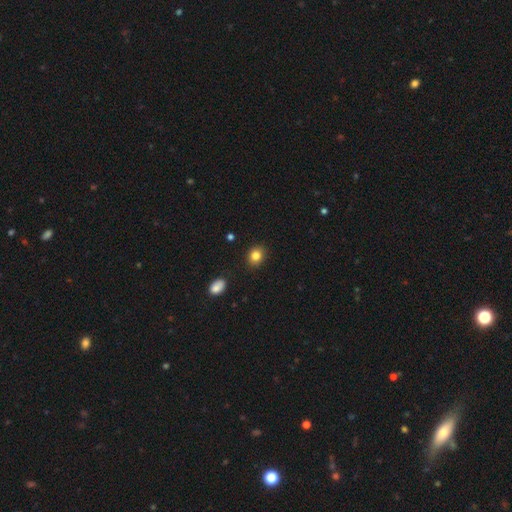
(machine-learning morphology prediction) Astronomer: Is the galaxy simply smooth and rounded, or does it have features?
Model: smooth — 83%.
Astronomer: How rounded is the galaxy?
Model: round — 65%.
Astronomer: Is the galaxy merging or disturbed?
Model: none — 88%.